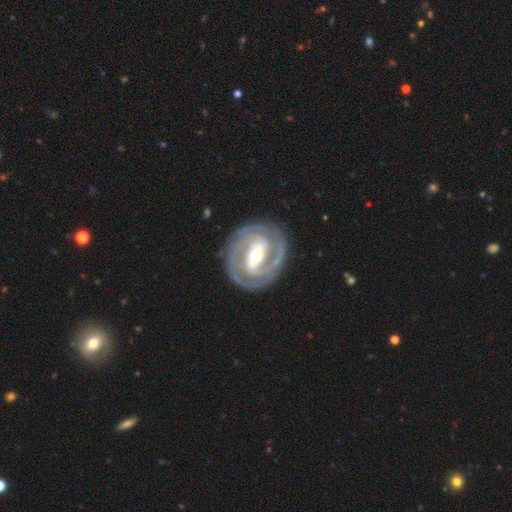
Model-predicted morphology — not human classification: A featured or disk galaxy (89%) with a strong bar (62%), 2 (73%) tight (71%) spiral arms (93%) and a moderate central bulge (64%).

Vote fractions:
- Smooth or featured? featured or disk: 89% / smooth: 8% / star or artifact: 4%
- Edge-on disk? no: 96% / yes: 4%
- Bar? strong: 62% / weak: 27% / no: 10%
- Spiral arms? yes: 93% / no: 7%
- Spiral winding? tight: 71% / medium: 25% / loose: 5%
- Spiral arm count? 2: 73% / 3: 10% / can't tell: 9% / 1: 3% / 4: 3% / more than 4: 2%
- Bulge size? moderate: 64% / small: 28% / large: 7% / dominant: 1% / none: 1%
- Merging? none: 84% / minor disturbance: 11% / major disturbance: 4% / merger: 1%